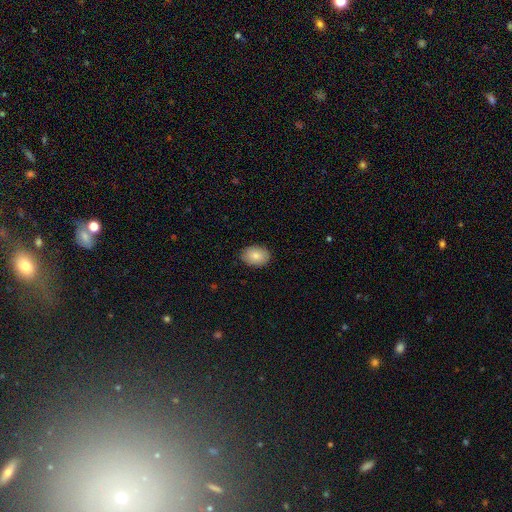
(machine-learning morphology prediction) Q: Smooth or featured?
A: smooth (85%); runner-up: featured or disk (8%)
Q: How rounded?
A: in between (73%); runner-up: round (26%)
Q: Merging?
A: none (86%); runner-up: minor disturbance (11%)